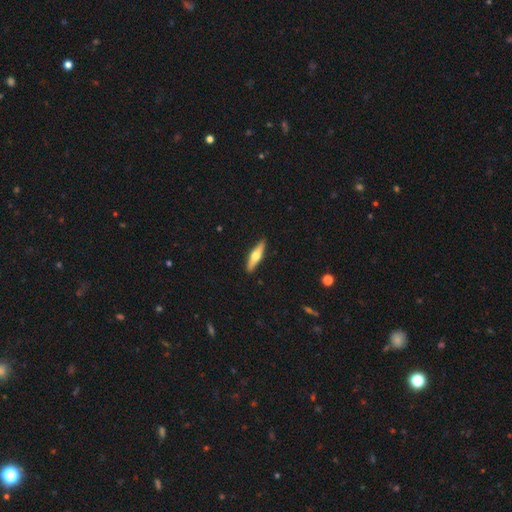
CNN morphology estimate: Smooth or featured: featured or disk — 49% (smooth — 46%)
Merging: none — 91% (minor disturbance — 7%)